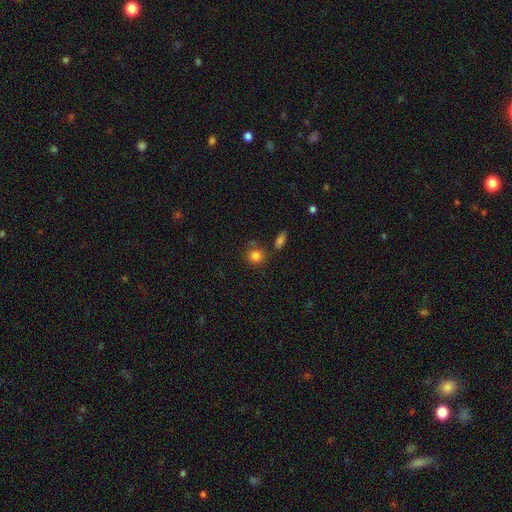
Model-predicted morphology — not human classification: The model was most divided on "merging": none: 73%, minor disturbance: 13%, merger: 11%, major disturbance: 4%. More confident: smooth or featured — smooth (83%); how rounded — round (82%).